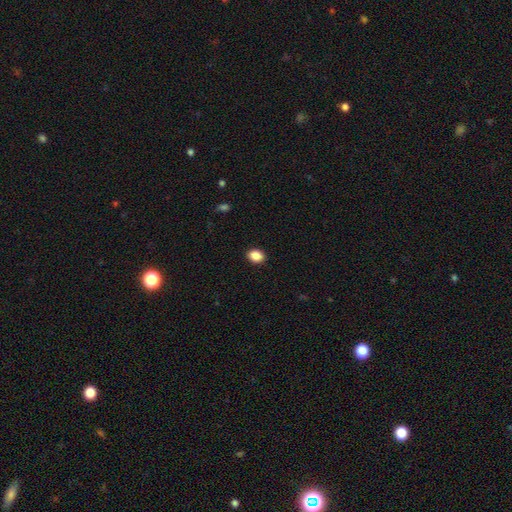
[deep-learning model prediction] Smooth or featured: smooth — 88% (star or artifact — 8%)
How rounded: in between — 64% (round — 35%)
Merging: none — 91% (minor disturbance — 6%)